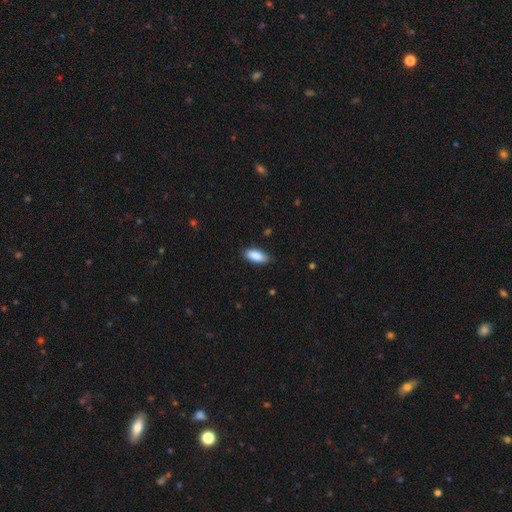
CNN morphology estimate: The model was most divided on "merging": none: 81%, minor disturbance: 16%, major disturbance: 2%, merger: 1%. More confident: smooth or featured — smooth (88%); how rounded — in between (86%).